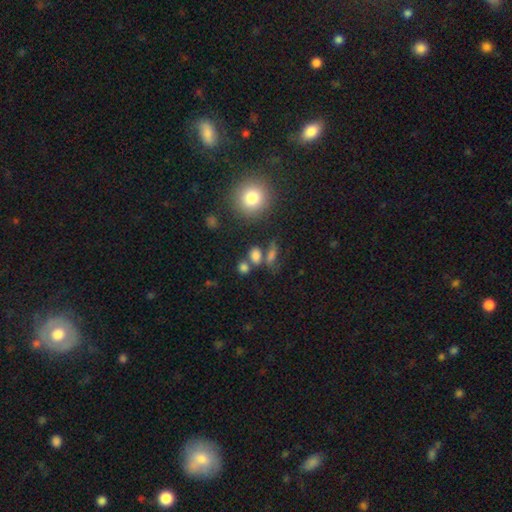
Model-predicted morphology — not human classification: A smooth galaxy with no disk features (76%) that is in between round and cigar-shaped (61%). Merging: none (51%).